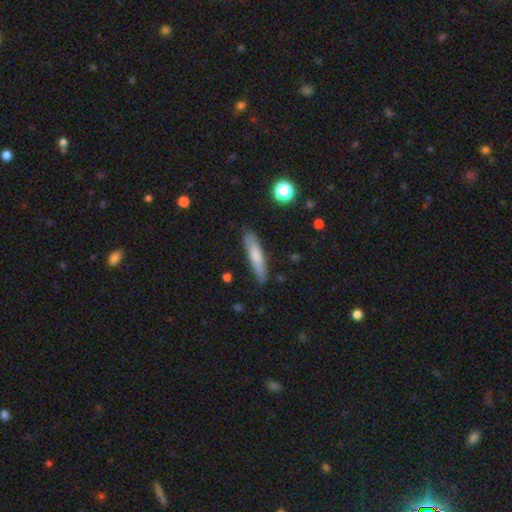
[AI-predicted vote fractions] Smooth or featured: smooth — 71% (featured or disk — 22%)
How rounded: cigar-shaped — 83% (in between — 16%)
Merging: none — 83% (minor disturbance — 13%)